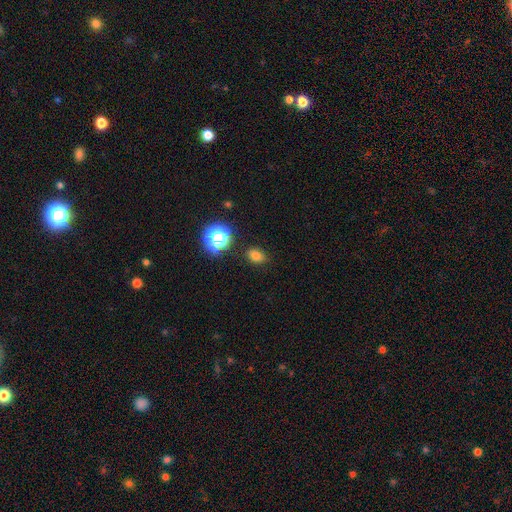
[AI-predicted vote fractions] Smooth or featured?
  - smooth: 74% *
  - star or artifact: 19%
  - featured or disk: 7%
How rounded?
  - in between: 59% *
  - round: 40%
  - cigar-shaped: 1%
Merging?
  - none: 85% *
  - minor disturbance: 10%
  - major disturbance: 3%
  - merger: 2%